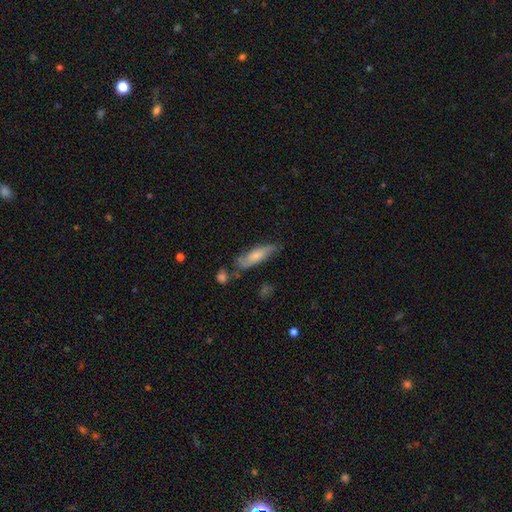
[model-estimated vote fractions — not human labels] This appears to be a smooth galaxy with no disk features (64%) that is cigar-shaped (54%). Merging: none (60%).